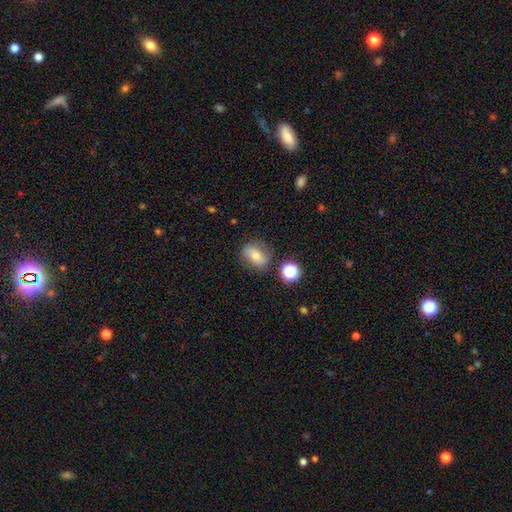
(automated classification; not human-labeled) Morphology: type=smooth (59%); roundness=in between (65%); merging=none (73%).